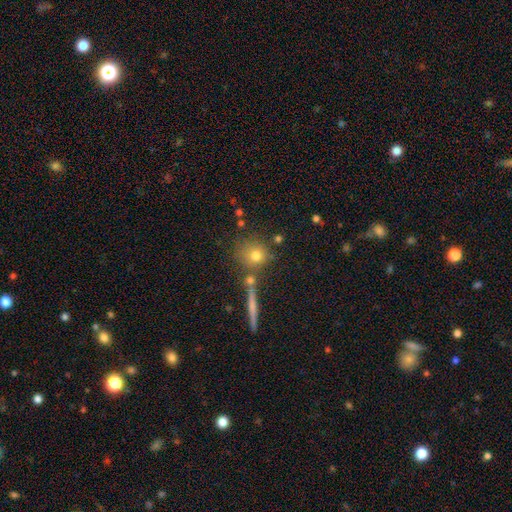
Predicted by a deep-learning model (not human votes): smooth-or-featured: smooth: 72% | featured or disk: 14% | star or artifact: 14%
  how-rounded: round: 86% | in between: 11% | cigar-shaped: 3%
  merging: none: 68% | merger: 16% | minor disturbance: 11% | major disturbance: 5%